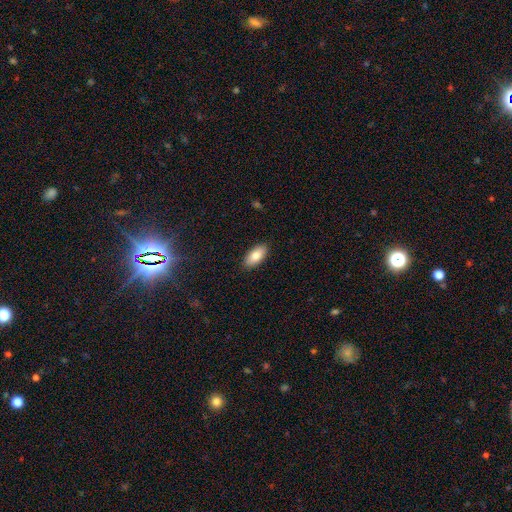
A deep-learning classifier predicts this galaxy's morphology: Overall: smooth (83%). How rounded: in between (92%). Merging: none (89%).